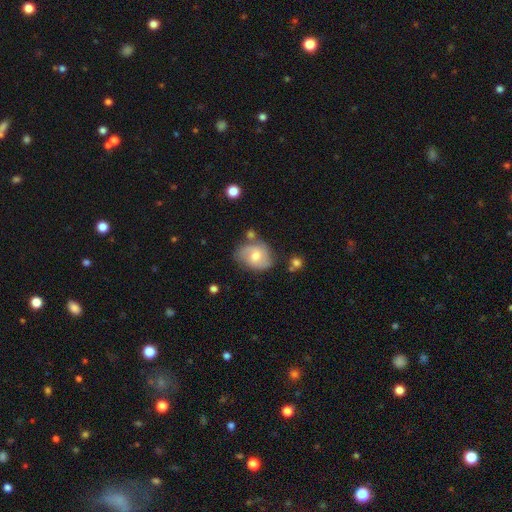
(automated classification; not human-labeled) This appears to be a featured or disk galaxy (48%). Merging: none (59%).